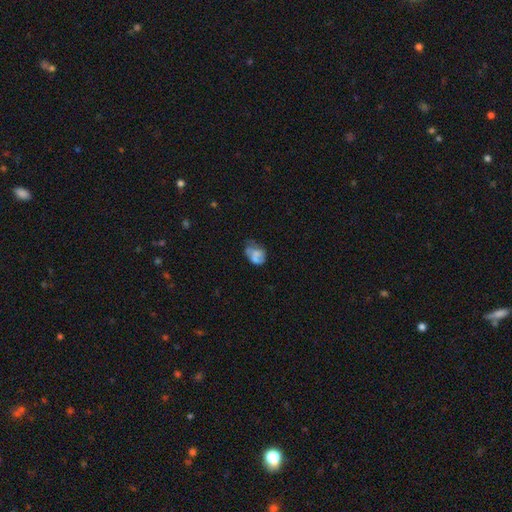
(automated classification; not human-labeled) smooth 52%, featured or disk 37%, star or artifact 10%. Down the decision tree: how rounded — in between (66%); merging — minor disturbance (29%, tied with none).